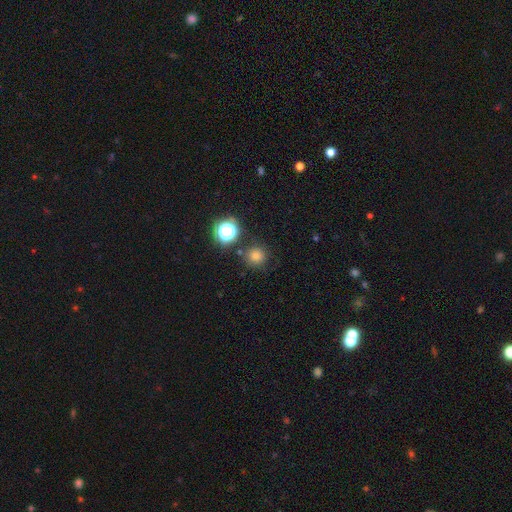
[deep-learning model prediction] Smooth or featured? Predicted: smooth (p=0.70). How rounded? Predicted: round (p=0.94). Merging? Predicted: none (p=0.84).